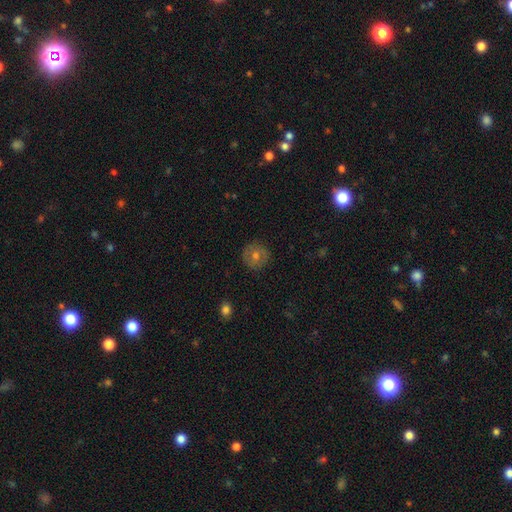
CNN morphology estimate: A smooth galaxy with no disk features (53%) that is round (93%). Merging: none (88%).